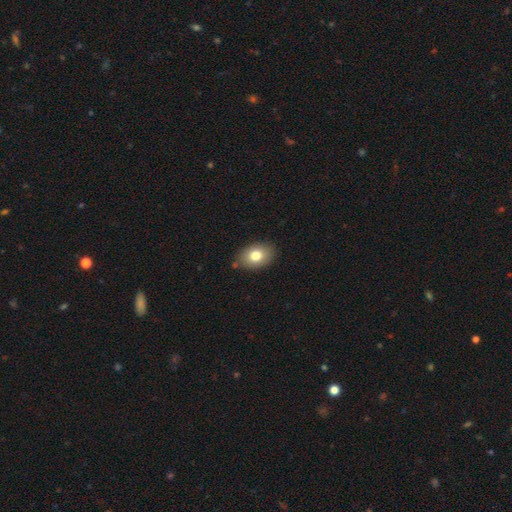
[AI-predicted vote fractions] Smooth or featured? Predicted: smooth (p=0.78). How rounded? Predicted: in between (p=0.81). Merging? Predicted: none (p=0.82).